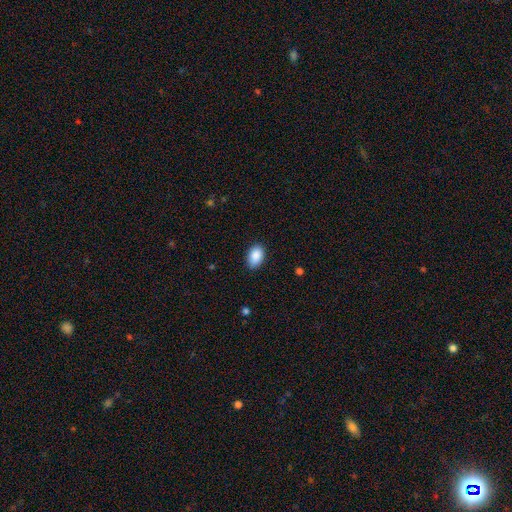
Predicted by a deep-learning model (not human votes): smooth_or_featured: smooth (p=0.89) [alt: star or artifact p=0.07]
how_rounded: in between (p=0.91) [alt: round p=0.08]
merging: none (p=0.85) [alt: minor disturbance p=0.12]